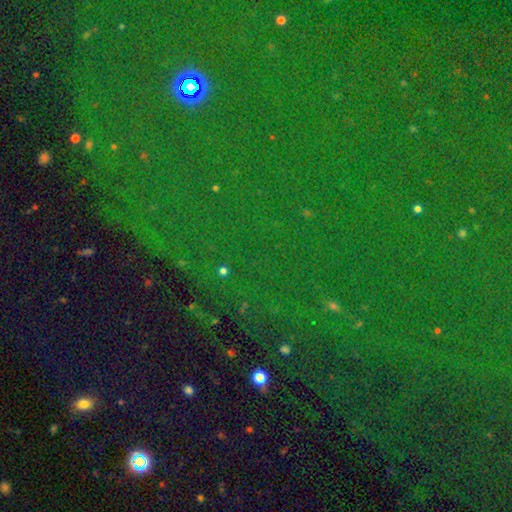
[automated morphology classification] Smooth or featured? star or artifact (84%)